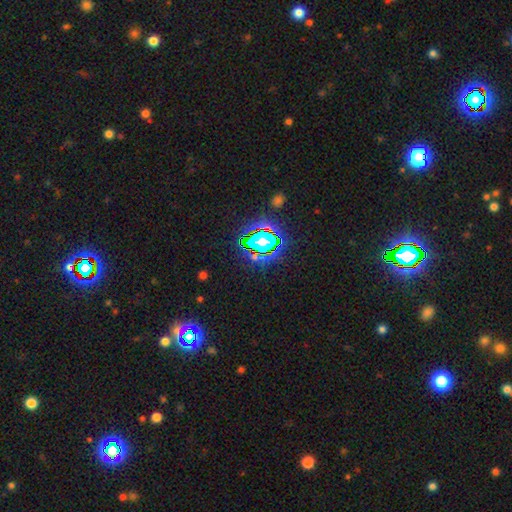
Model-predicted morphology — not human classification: Smooth or featured?
  - star or artifact: 75% *
  - smooth: 16%
  - featured or disk: 9%